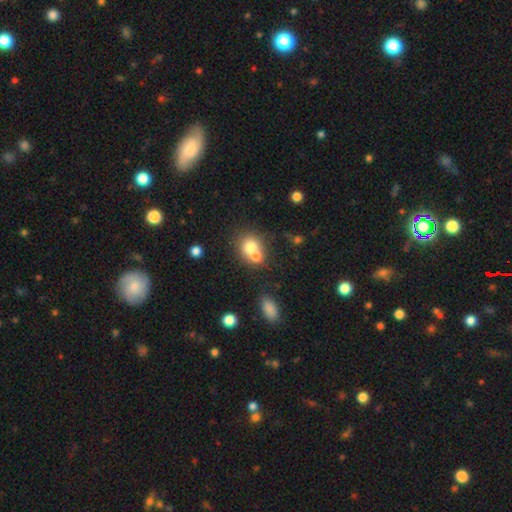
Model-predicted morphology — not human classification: Q: Smooth or featured?
A: smooth (71%); runner-up: featured or disk (18%)
Q: How rounded?
A: round (72%); runner-up: in between (27%)
Q: Merging?
A: merger (57%); runner-up: none (33%)